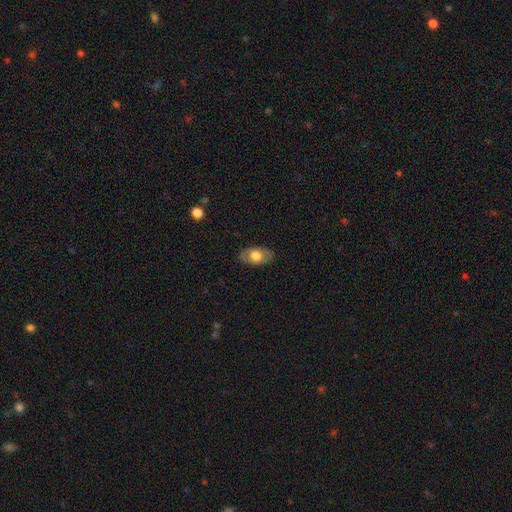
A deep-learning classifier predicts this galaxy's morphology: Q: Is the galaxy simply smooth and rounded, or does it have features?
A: smooth — 62%.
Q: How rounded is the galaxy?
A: in between — 89%.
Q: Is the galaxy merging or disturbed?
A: none — 82%.